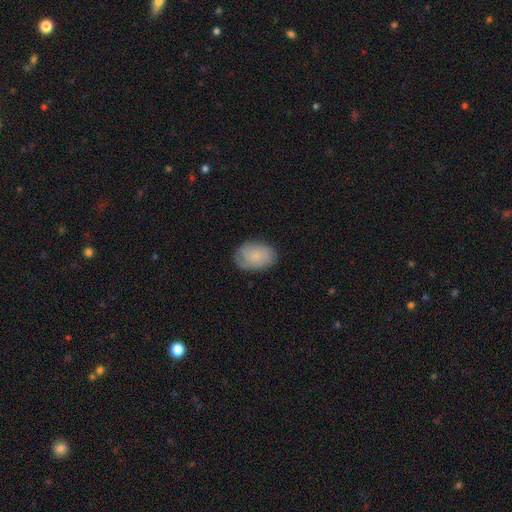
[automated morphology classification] This is likely a smooth galaxy (62%). How rounded: clearly in between (82%). Merging: likely none (78%).